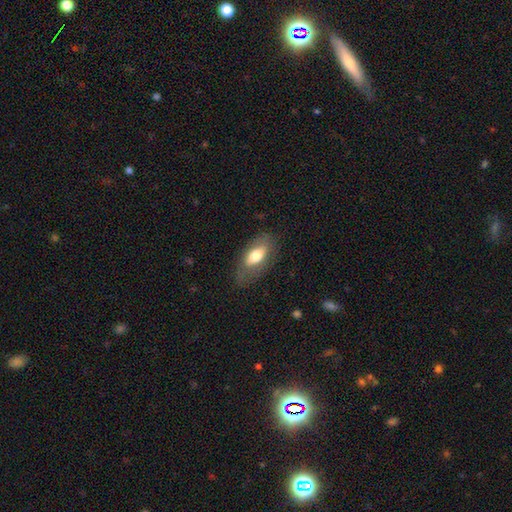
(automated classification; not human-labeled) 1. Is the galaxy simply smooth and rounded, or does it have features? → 63% smooth, 30% featured or disk, 7% star or artifact.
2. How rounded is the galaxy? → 86% in between, 10% cigar-shaped, 4% round.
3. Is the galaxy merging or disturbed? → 69% none, 21% minor disturbance, 9% major disturbance, 1% merger.